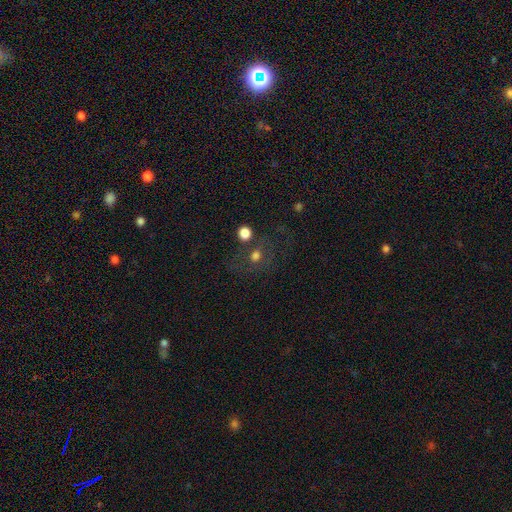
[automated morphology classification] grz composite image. It shows a smooth galaxy with no disk features (64%) that is round (72%). Merging: none (55%).